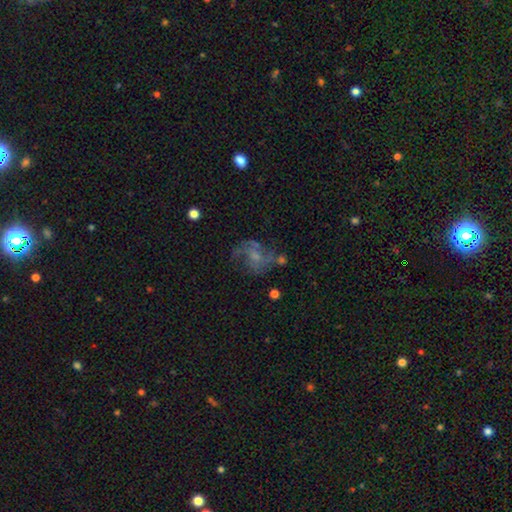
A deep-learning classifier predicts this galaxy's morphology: Q: Smooth or featured?
A: featured or disk (58%); runner-up: smooth (28%)
Q: Edge-on disk?
A: no (97%); runner-up: yes (3%)
Q: Bar?
A: no (73%); runner-up: weak (23%)
Q: Spiral arms?
A: yes (66%); runner-up: no (34%)
Q: Bulge size?
A: small (50%); runner-up: moderate (24%)
Q: Merging?
A: none (45%); runner-up: major disturbance (28%)